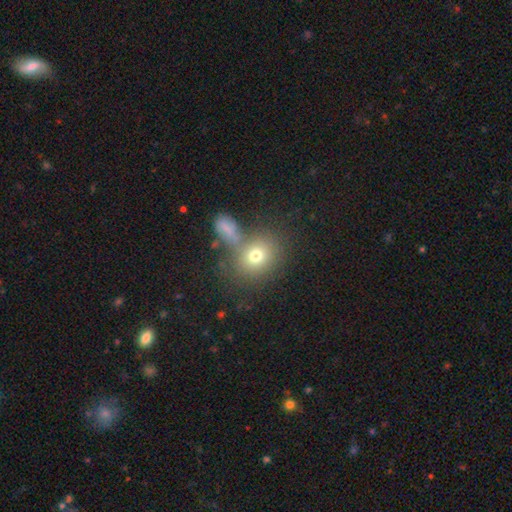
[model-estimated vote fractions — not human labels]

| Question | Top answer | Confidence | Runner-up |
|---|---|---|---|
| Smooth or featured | smooth | 72% | featured or disk (15%) |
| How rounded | round | 66% | in between (32%) |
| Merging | none | 56% | merger (26%) |